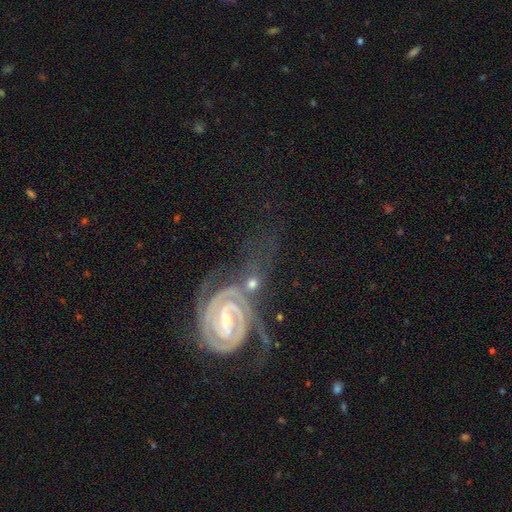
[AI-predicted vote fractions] A featured or disk galaxy (85%) with a weak bar (41%), 2 (63%) tight (71%) spiral arms (96%) and a small central bulge (52%).

Vote fractions:
- Smooth or featured? featured or disk: 85% / star or artifact: 8% / smooth: 6%
- Edge-on disk? no: 96% / yes: 4%
- Bar? weak: 41% / strong: 32% / no: 27%
- Spiral arms? yes: 96% / no: 4%
- Spiral winding? tight: 71% / medium: 24% / loose: 6%
- Spiral arm count? 2: 63% / can't tell: 14% / 3: 11% / 1: 4% / 4: 4% / more than 4: 4%
- Bulge size? small: 52% / moderate: 43% / large: 3% / none: 2% / dominant: 1%
- Merging? none: 47% / minor disturbance: 20% / major disturbance: 19% / merger: 15%